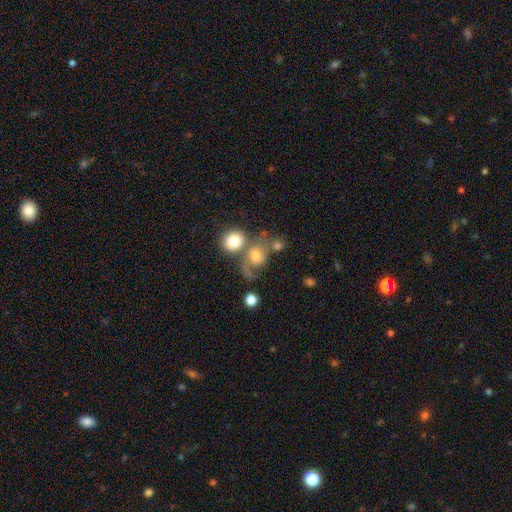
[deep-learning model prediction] smooth_or_featured: smooth (p=0.61) [alt: featured or disk p=0.27]
how_rounded: round (p=0.59) [alt: in between p=0.40]
merging: merger (p=0.35) [alt: none p=0.31]